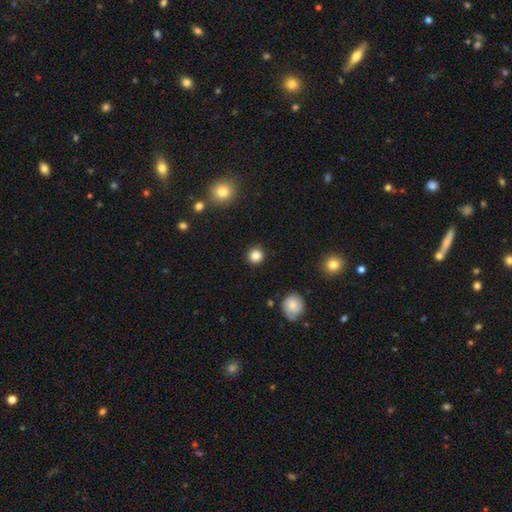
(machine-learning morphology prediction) Smooth or featured?
  - smooth: 85% *
  - star or artifact: 11%
  - featured or disk: 4%
How rounded?
  - round: 93% *
  - in between: 6%
  - cigar-shaped: 1%
Merging?
  - none: 91% *
  - minor disturbance: 6%
  - major disturbance: 2%
  - merger: 1%